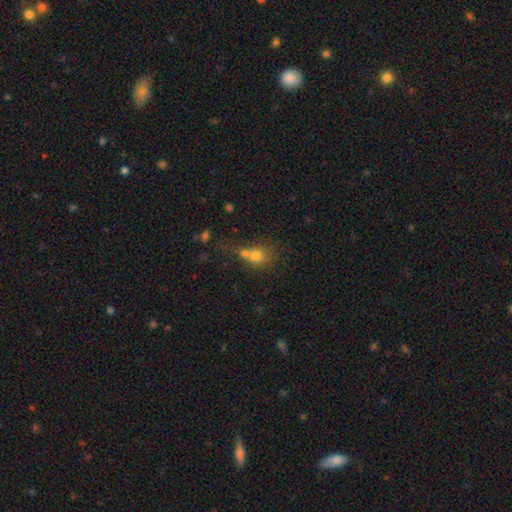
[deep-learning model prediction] A smooth galaxy with no disk features (72%) that is round (72%). Merging: merger (56%).